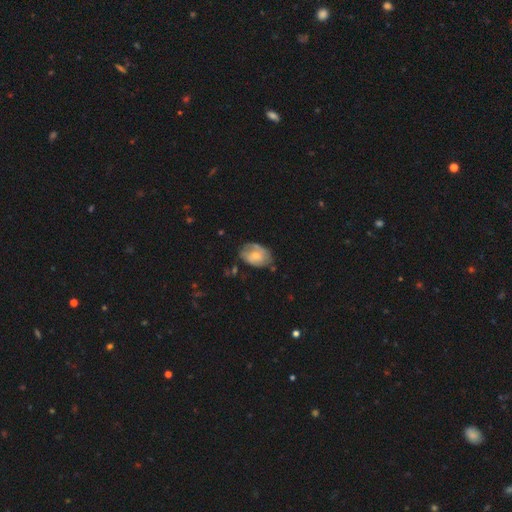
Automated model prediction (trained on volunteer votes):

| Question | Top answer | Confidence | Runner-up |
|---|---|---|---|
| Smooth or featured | smooth | 52% | featured or disk (41%) |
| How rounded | in between | 81% | round (18%) |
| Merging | none | 54% | minor disturbance (32%) |